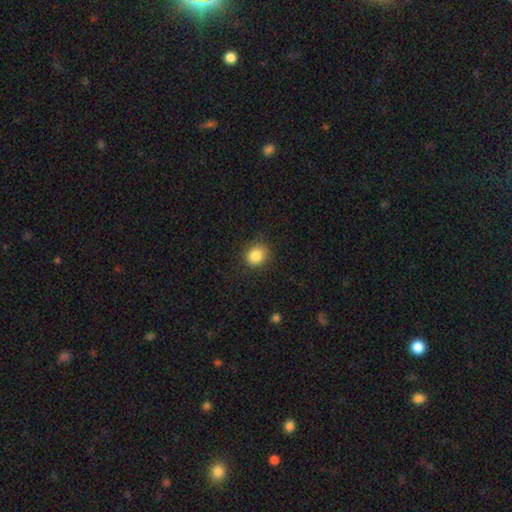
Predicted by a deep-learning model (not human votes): smooth_or_featured: smooth (p=0.85) [alt: star or artifact p=0.10]
how_rounded: round (p=0.70) [alt: in between p=0.29]
merging: none (p=0.85) [alt: minor disturbance p=0.11]